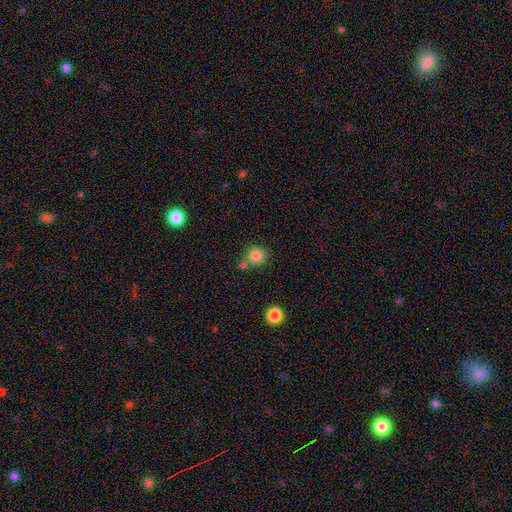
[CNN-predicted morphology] A smooth galaxy with no disk features (83%) that is round (90%). Merging: none (60%).